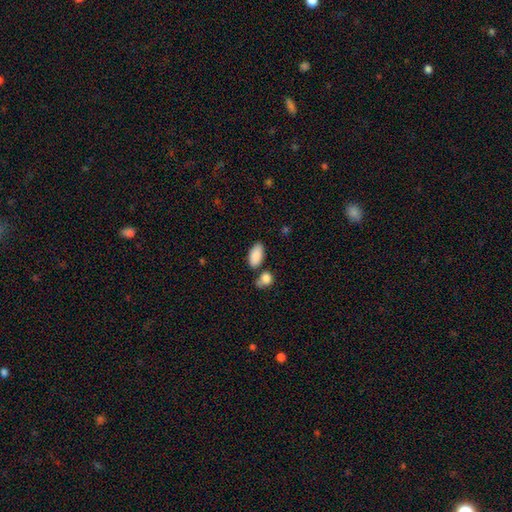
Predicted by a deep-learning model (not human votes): Smooth or featured?
  - smooth: 88% *
  - star or artifact: 6%
  - featured or disk: 6%
How rounded?
  - in between: 93% *
  - cigar-shaped: 4%
  - round: 3%
Merging?
  - none: 69% *
  - merger: 14%
  - minor disturbance: 13%
  - major disturbance: 4%